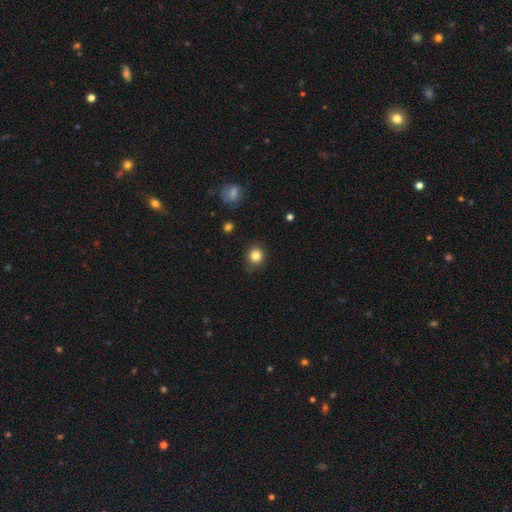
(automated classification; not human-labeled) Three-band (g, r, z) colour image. It shows a smooth galaxy with no disk features (84%) that is round (86%). Merging: none (81%).